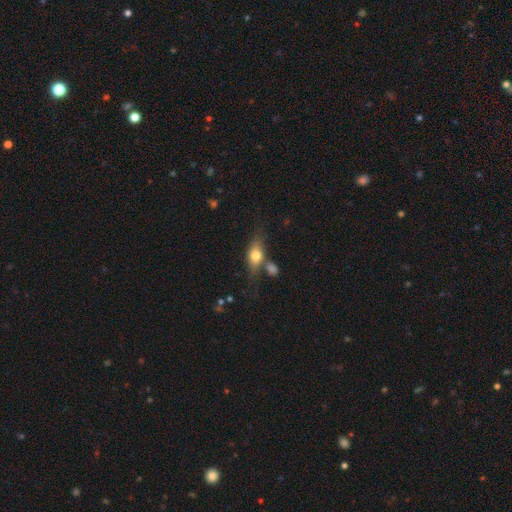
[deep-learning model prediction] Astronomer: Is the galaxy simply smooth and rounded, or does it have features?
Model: smooth — 59%.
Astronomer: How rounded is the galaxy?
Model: in between — 67%.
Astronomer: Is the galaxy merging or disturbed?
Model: none — 54%.